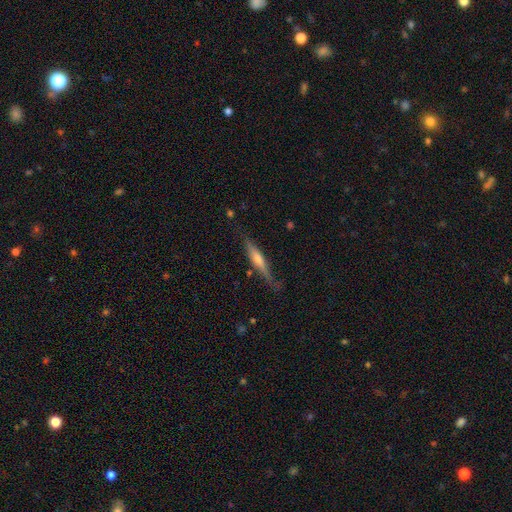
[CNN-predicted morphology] smooth-or-featured: featured or disk: 67% | smooth: 27% | star or artifact: 6%
  disk-edge-on: yes: 95% | no: 5%
    edge-on-bulge: rounded: 74% | none: 15% | boxy: 12%
  merging: none: 78% | minor disturbance: 17% | major disturbance: 4% | merger: 2%